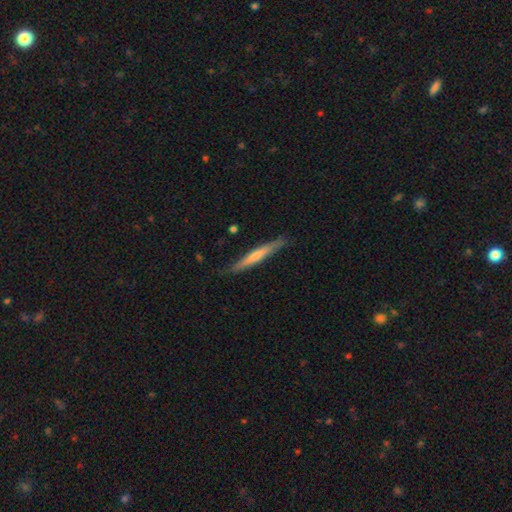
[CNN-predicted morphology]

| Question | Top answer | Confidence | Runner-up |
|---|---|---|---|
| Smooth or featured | smooth | 49% | featured or disk (46%) |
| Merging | none | 79% | minor disturbance (17%) |